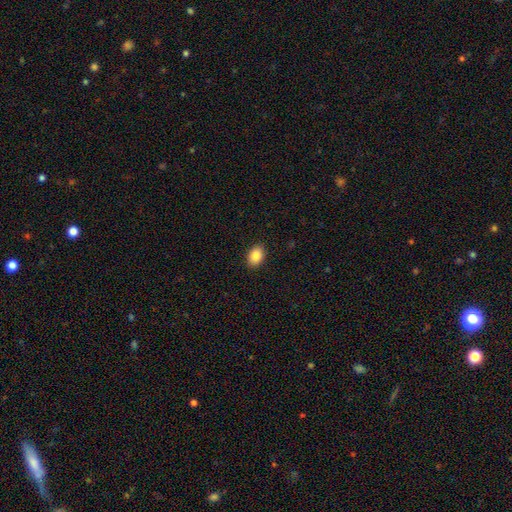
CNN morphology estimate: A smooth galaxy with no disk features (87%) that is in between round and cigar-shaped (79%). Merging: none (90%).